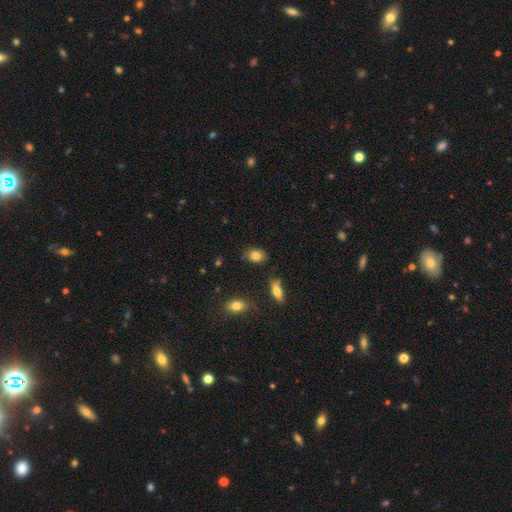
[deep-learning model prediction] Q: Smooth or featured?
A: smooth (82%); runner-up: featured or disk (9%)
Q: How rounded?
A: in between (74%); runner-up: round (24%)
Q: Merging?
A: none (76%); runner-up: minor disturbance (18%)